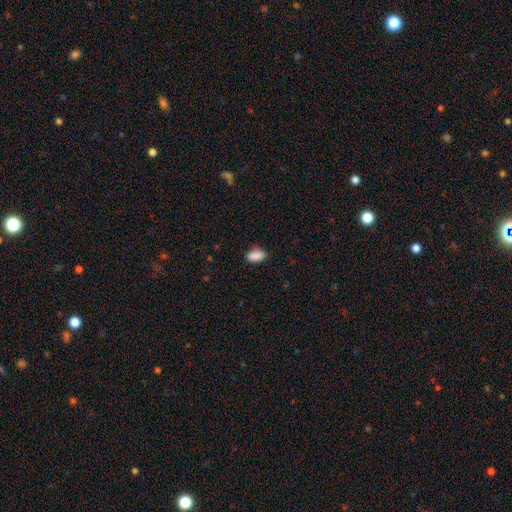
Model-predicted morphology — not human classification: Smooth or featured? smooth (88%)
How rounded? in between (89%)
Merging? none (77%)